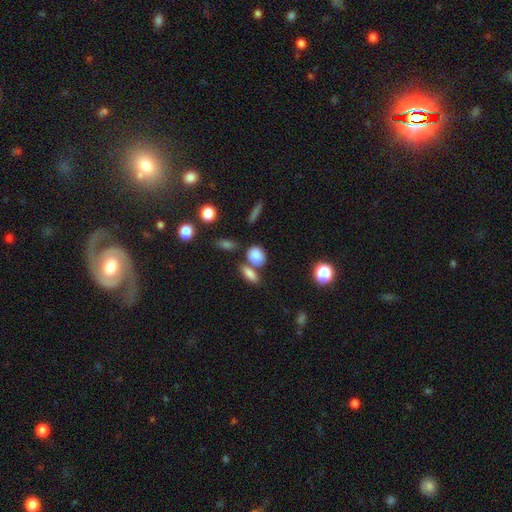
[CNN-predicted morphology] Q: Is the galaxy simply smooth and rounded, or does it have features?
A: smooth — 84%.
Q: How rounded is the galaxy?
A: round — 55%.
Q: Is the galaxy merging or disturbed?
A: none — 60%.